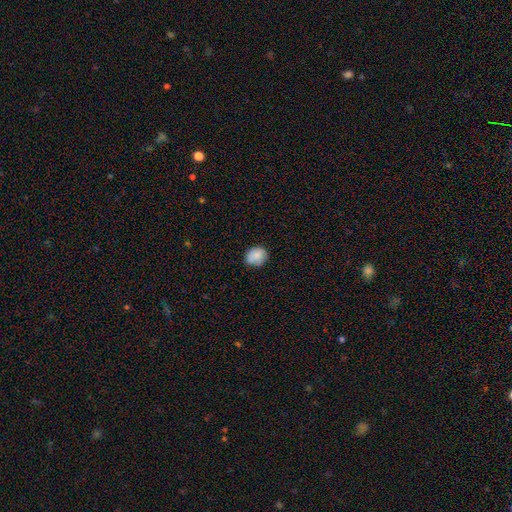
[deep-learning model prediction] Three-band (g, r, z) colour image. It shows a smooth galaxy with no disk features (84%) that is round (53%). Merging: none (72%).